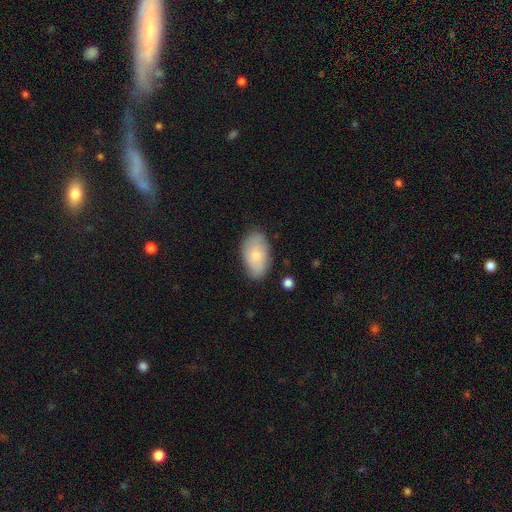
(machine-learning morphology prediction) This appears to be a smooth galaxy with no disk features (76%) that is in between round and cigar-shaped (94%). Merging: none (79%).